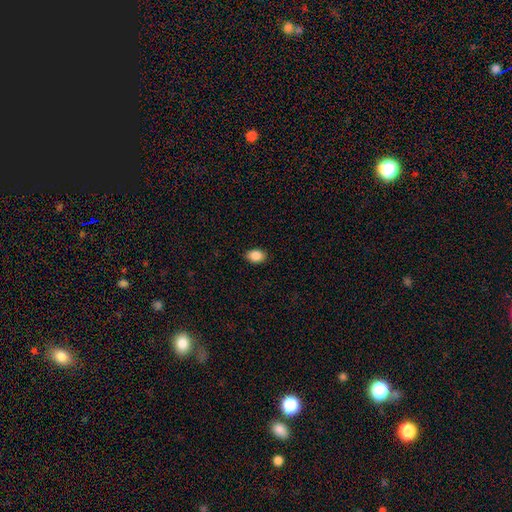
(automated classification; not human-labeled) Smooth or featured? smooth (89%)
How rounded? in between (79%)
Merging? none (88%)